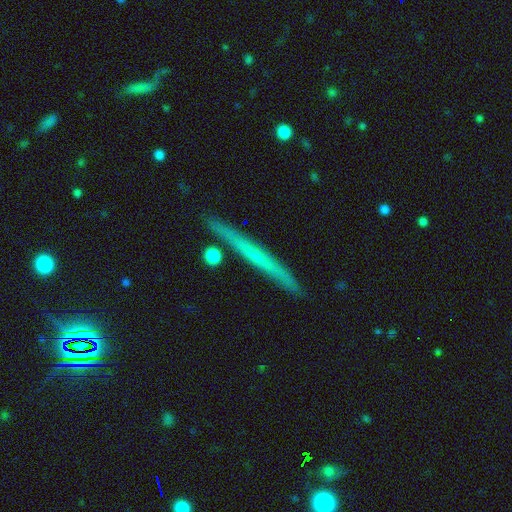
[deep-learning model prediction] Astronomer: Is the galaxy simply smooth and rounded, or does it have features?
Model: featured or disk — 57% (runner-up: smooth, 36%).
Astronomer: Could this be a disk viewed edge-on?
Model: yes — 97%.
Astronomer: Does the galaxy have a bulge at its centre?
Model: none — 74%.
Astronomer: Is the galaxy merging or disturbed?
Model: none — 89%.